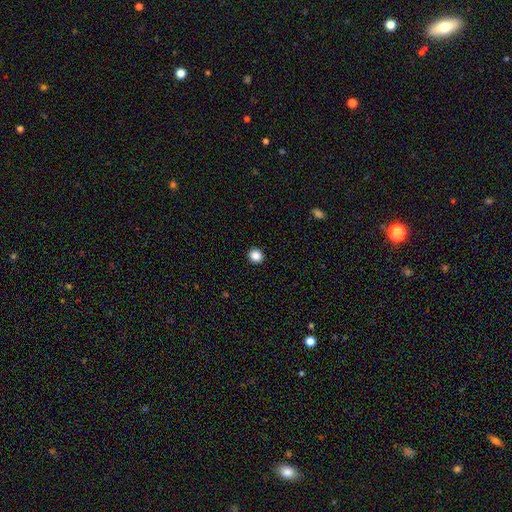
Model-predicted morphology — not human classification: The model was most divided on "how rounded": round: 87%, in between: 12%, cigar-shaped: 1%. More confident: merging — none (93%); smooth or featured — smooth (87%).